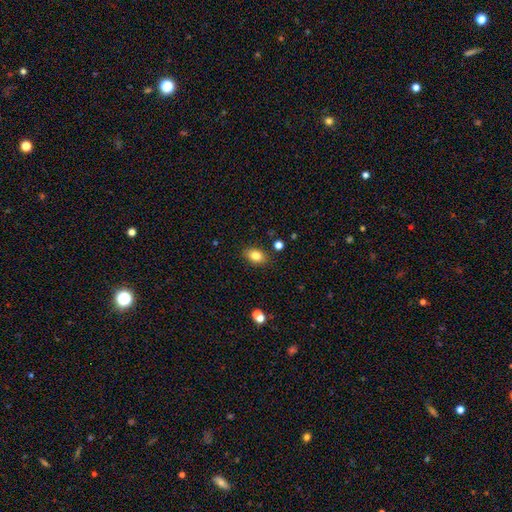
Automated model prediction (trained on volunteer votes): A smooth galaxy with no disk features (81%) that is in between round and cigar-shaped (79%).

Vote fractions:
- Smooth or featured? smooth: 81% / star or artifact: 10% / featured or disk: 9%
- How rounded? in between: 79% / round: 19% / cigar-shaped: 2%
- Merging? none: 85% / minor disturbance: 10% / merger: 2% / major disturbance: 2%